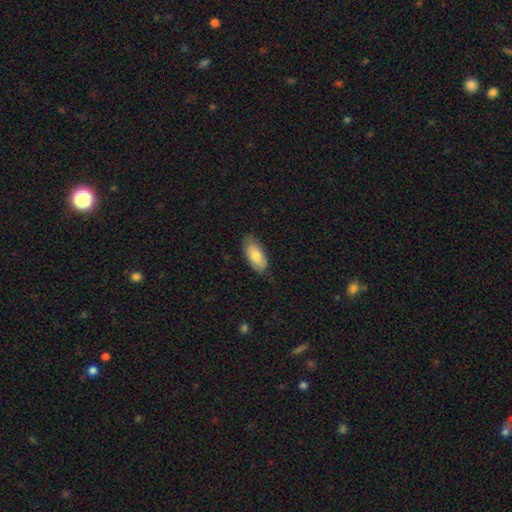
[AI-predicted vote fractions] smooth 77%, featured or disk 17%, star or artifact 6%. Down the decision tree: how rounded — in between (87%); merging — none (78%).